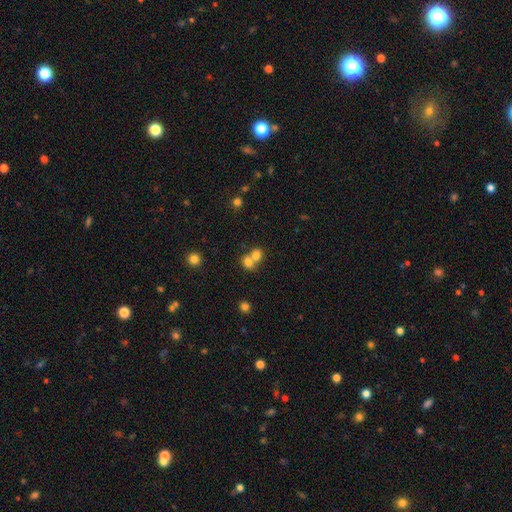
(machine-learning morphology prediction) type=smooth (75%); roundness=round (66%); merging=merger (62%).